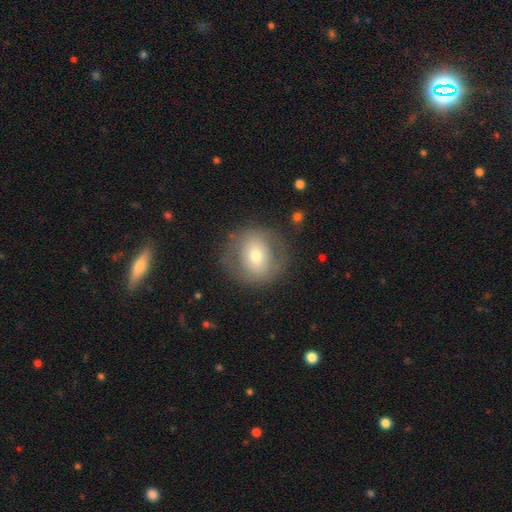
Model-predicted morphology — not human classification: This is possibly a smooth galaxy (55%). How rounded: clearly round (85%). Merging: likely none (79%).